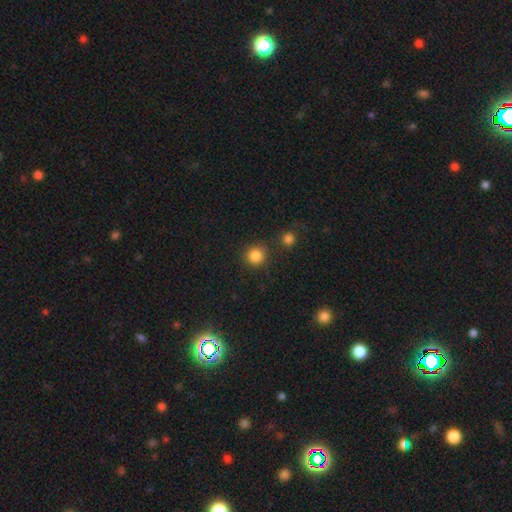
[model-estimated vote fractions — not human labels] smooth_or_featured: smooth (p=0.85) [alt: star or artifact p=0.11]
how_rounded: round (p=0.92) [alt: in between p=0.07]
merging: none (p=0.80) [alt: minor disturbance p=0.09]